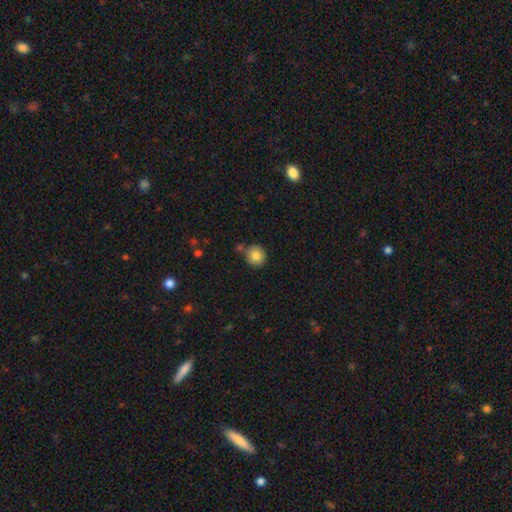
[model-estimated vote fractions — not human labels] Q: Smooth or featured?
A: smooth (82%); runner-up: star or artifact (10%)
Q: How rounded?
A: round (91%); runner-up: in between (8%)
Q: Merging?
A: none (77%); runner-up: merger (10%)